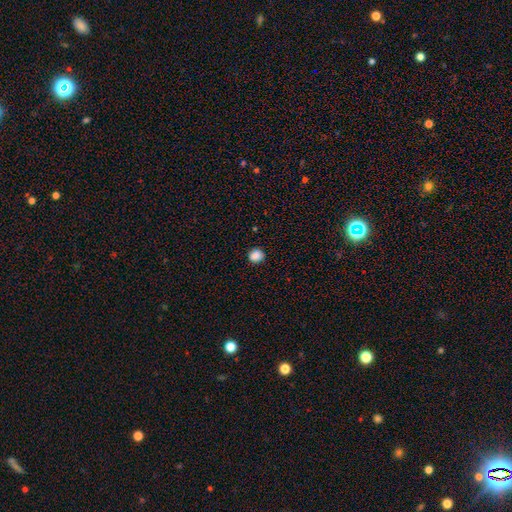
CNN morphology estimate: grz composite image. It shows a smooth galaxy with no disk features (87%) that is round (82%). Merging: none (89%).